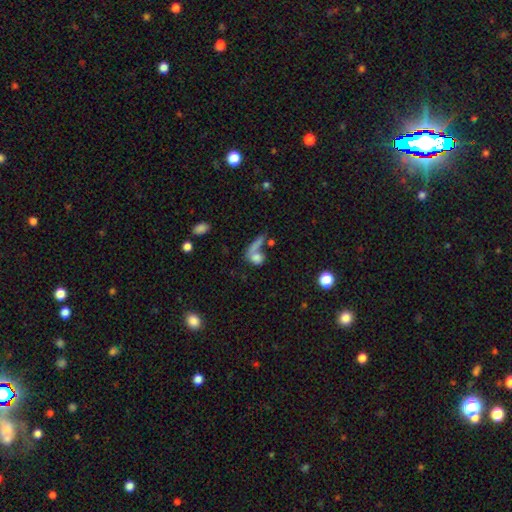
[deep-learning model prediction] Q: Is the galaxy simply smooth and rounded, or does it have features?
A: smooth — 72%.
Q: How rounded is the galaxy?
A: in between — 47%.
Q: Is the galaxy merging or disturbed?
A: merger — 42%.